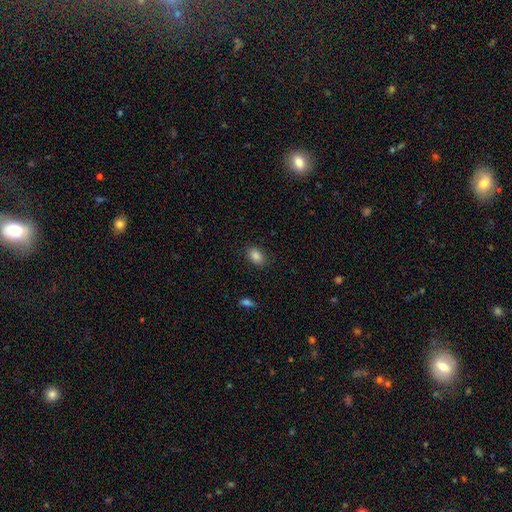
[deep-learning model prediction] Smooth or featured: smooth — 87% (star or artifact — 9%)
How rounded: in between — 82% (round — 17%)
Merging: none — 86% (minor disturbance — 10%)